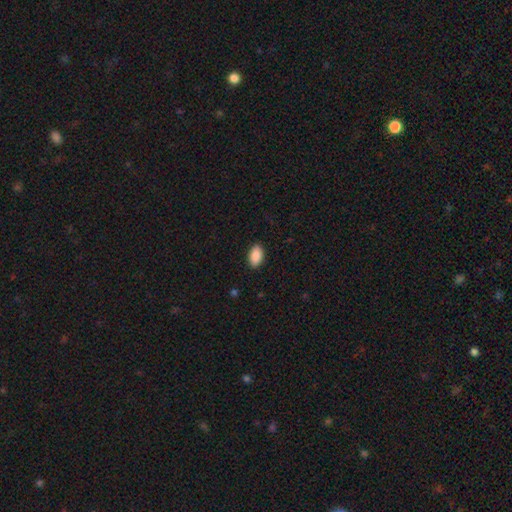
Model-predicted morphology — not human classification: This appears to be a smooth galaxy with no disk features (90%) that is in between round and cigar-shaped (94%). Merging: none (89%).